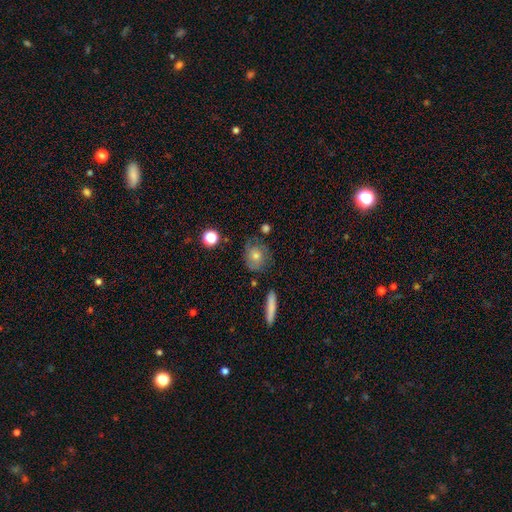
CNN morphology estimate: smooth-or-featured: smooth: 49% | featured or disk: 40% | star or artifact: 11%
  merging: none: 71% | minor disturbance: 19% | major disturbance: 7% | merger: 3%